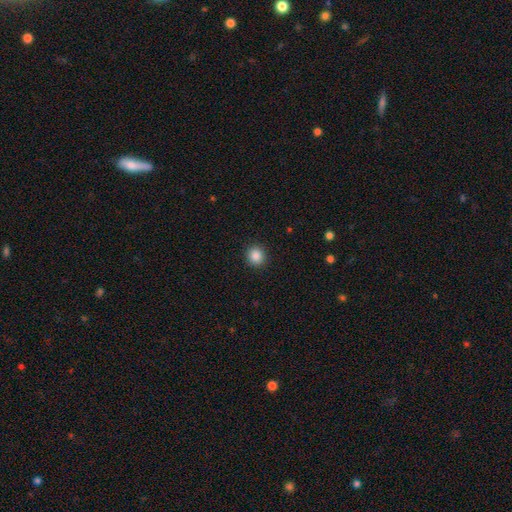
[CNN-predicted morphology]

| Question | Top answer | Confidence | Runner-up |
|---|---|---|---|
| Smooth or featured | smooth | 86% | star or artifact (10%) |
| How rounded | round | 89% | in between (10%) |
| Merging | none | 92% | minor disturbance (5%) |